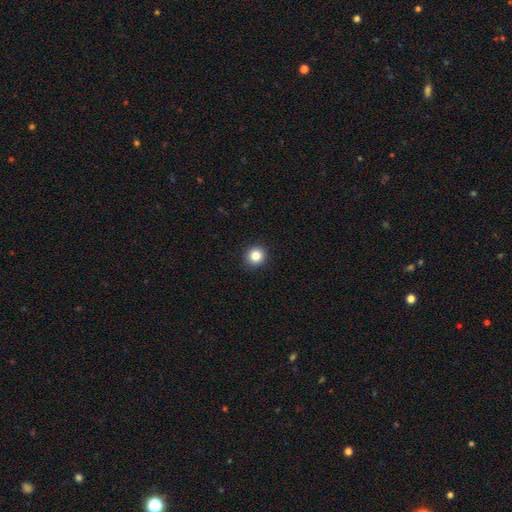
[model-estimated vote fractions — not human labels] Overall: smooth (85%). How rounded: round (93%). Merging: none (93%).